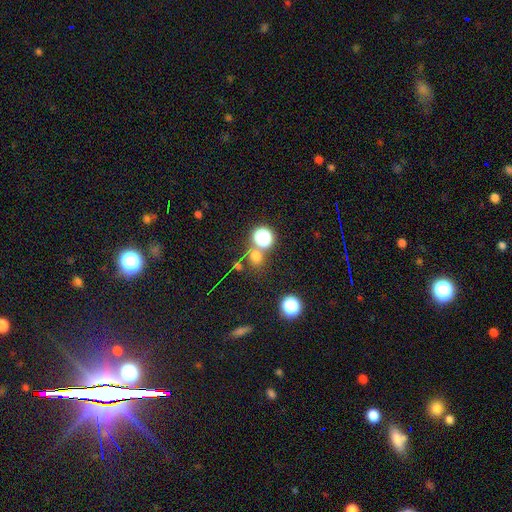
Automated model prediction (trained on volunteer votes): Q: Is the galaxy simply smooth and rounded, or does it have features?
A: smooth — 64%.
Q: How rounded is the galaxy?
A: round — 78%.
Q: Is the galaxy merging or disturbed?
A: none — 67%.